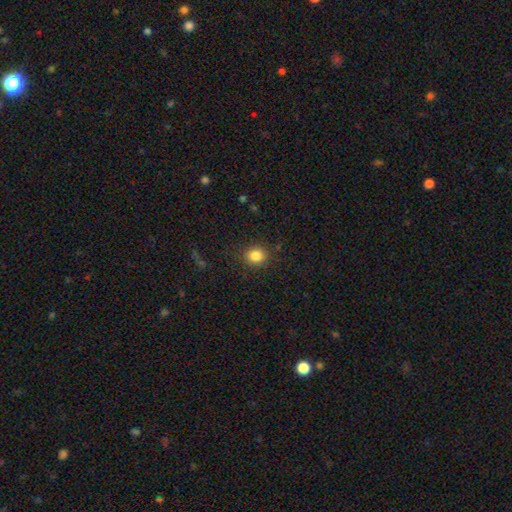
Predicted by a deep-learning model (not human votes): A smooth galaxy with no disk features (83%) that is round (82%).

Vote fractions:
- Smooth or featured? smooth: 83% / star or artifact: 12% / featured or disk: 5%
- How rounded? round: 82% / in between: 17% / cigar-shaped: 1%
- Merging? none: 87% / minor disturbance: 8% / major disturbance: 3% / merger: 1%